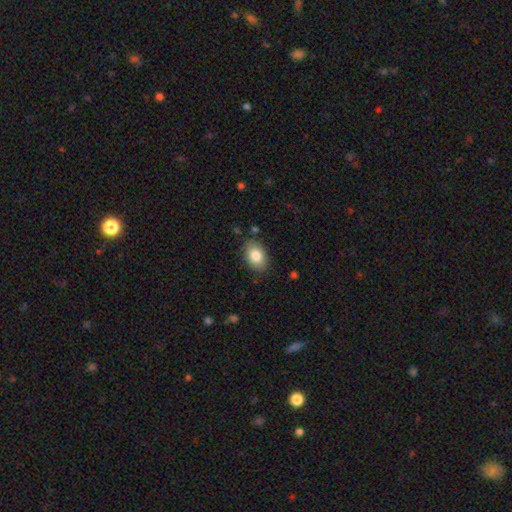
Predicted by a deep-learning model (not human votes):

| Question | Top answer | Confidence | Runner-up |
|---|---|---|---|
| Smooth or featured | smooth | 83% | featured or disk (10%) |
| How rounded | in between | 86% | round (13%) |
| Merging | none | 84% | minor disturbance (12%) |